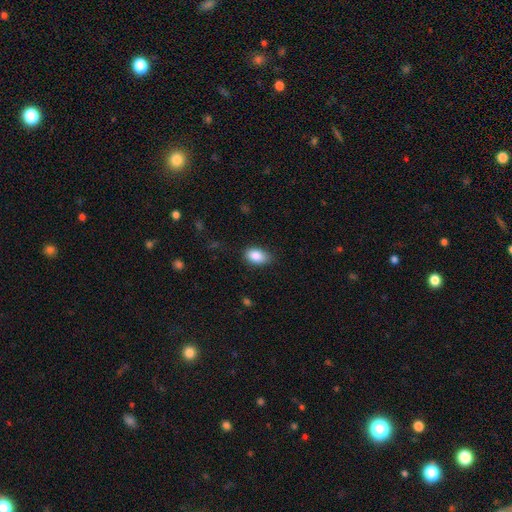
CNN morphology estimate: Smooth or featured? smooth (88%)
How rounded? in between (89%)
Merging? none (77%)